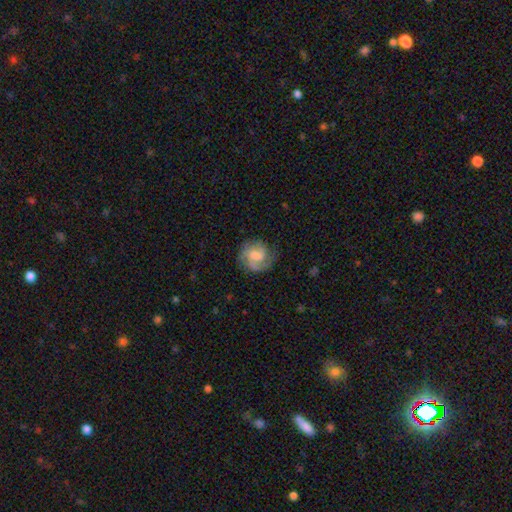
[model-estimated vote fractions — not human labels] A featured or disk galaxy (73%) with a weak bar (49%), 2 (35%) medium (48%) spiral arms (95%) and a moderate central bulge (31%).

Vote fractions:
- Smooth or featured? featured or disk: 73% / smooth: 21% / star or artifact: 7%
- Edge-on disk? no: 98% / yes: 2%
- Bar? weak: 49% / no: 41% / strong: 10%
- Spiral arms? yes: 95% / no: 5%
- Spiral winding? medium: 48% / tight: 30% / loose: 22%
- Spiral arm count? 2: 35% / 3: 34% / can't tell: 15% / 1: 8% / 4: 5% / more than 4: 4%
- Bulge size? moderate: 31% / none: 30% / small: 28% / large: 9% / dominant: 2%
- Merging? none: 71% / minor disturbance: 17% / major disturbance: 10% / merger: 1%